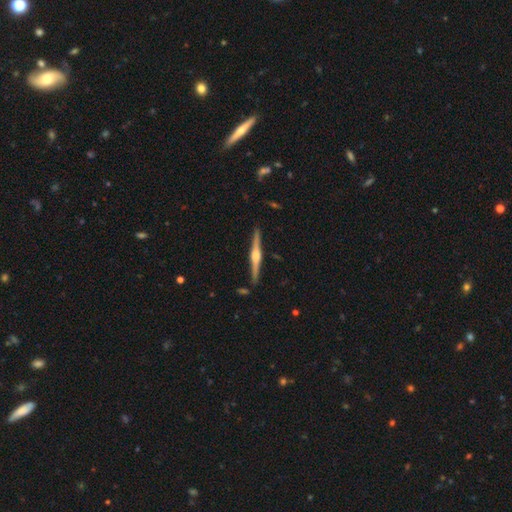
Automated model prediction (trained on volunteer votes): The model was most divided on "smooth or featured": featured or disk: 84%, smooth: 11%, star or artifact: 5%. More confident: edge-on disk — yes (99%); merging — none (90%); edge-on bulge — rounded (87%).